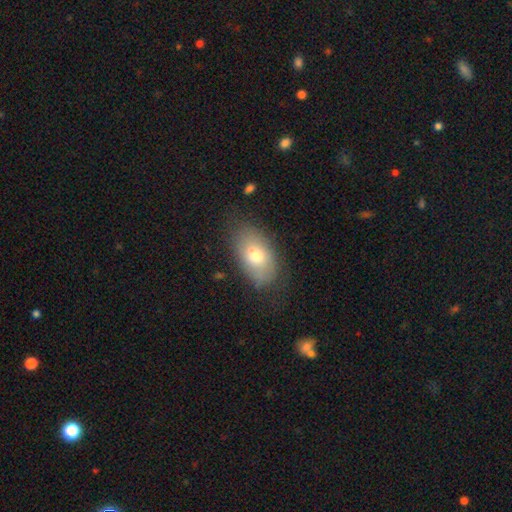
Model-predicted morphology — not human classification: A smooth galaxy with no disk features (72%) that is in between round and cigar-shaped (92%).

Vote fractions:
- Smooth or featured? smooth: 72% / featured or disk: 21% / star or artifact: 8%
- How rounded? in between: 92% / round: 6% / cigar-shaped: 2%
- Merging? none: 70% / minor disturbance: 20% / major disturbance: 6% / merger: 3%